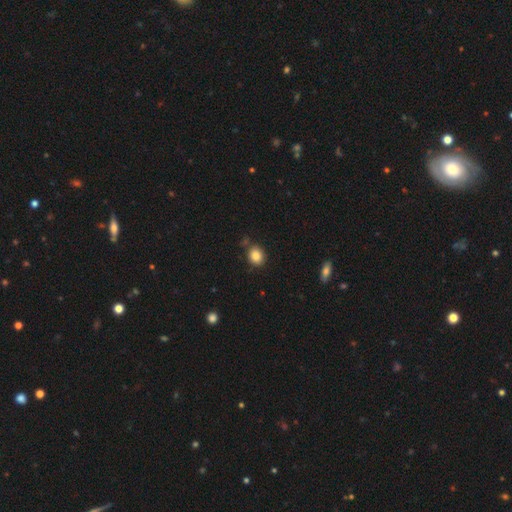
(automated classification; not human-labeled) smooth_or_featured: smooth (p=0.86) [alt: star or artifact p=0.09]
how_rounded: round (p=0.63) [alt: in between p=0.36]
merging: none (p=0.80) [alt: minor disturbance p=0.12]